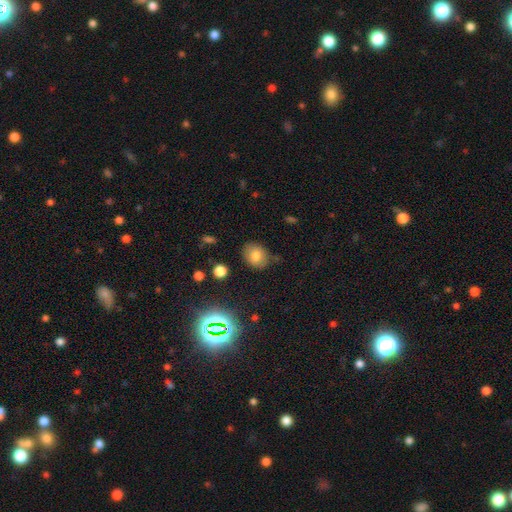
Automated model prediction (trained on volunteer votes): smooth-or-featured: smooth: 77% | star or artifact: 13% | featured or disk: 10%
  how-rounded: round: 51% | in between: 47% | cigar-shaped: 1%
  merging: none: 78% | minor disturbance: 16% | major disturbance: 4% | merger: 3%